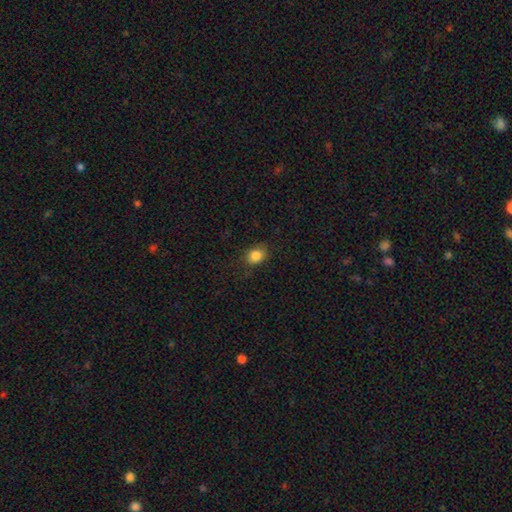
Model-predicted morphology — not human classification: Smooth or featured? smooth (85%)
How rounded? in between (50%)
Merging? none (80%)